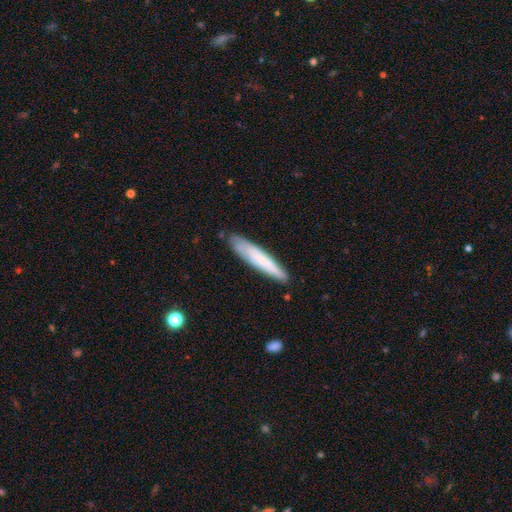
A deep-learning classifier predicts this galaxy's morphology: The model was most divided on "smooth or featured": smooth: 61%, featured or disk: 32%, star or artifact: 7%. More confident: how rounded — cigar-shaped (90%); merging — none (82%).